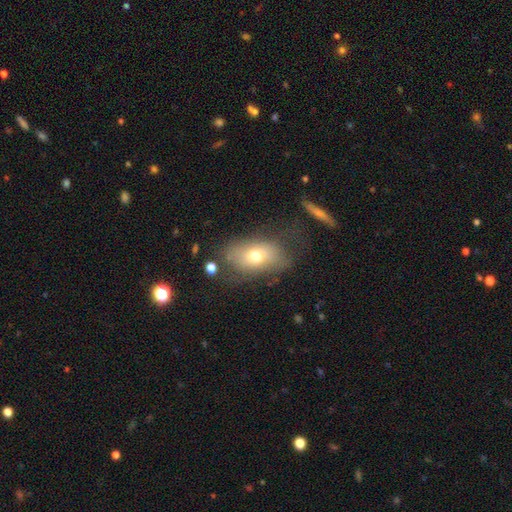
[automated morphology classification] Smooth or featured? smooth (65%)
How rounded? in between (85%)
Merging? none (59%)